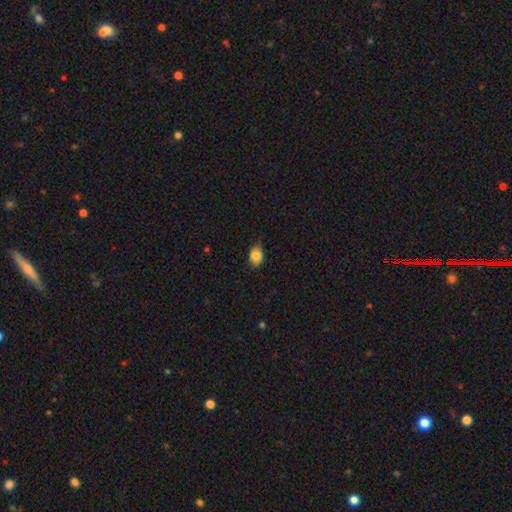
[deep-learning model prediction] A smooth galaxy with no disk features (86%) that is in between round and cigar-shaped (81%).

Vote fractions:
- Smooth or featured? smooth: 86% / star or artifact: 8% / featured or disk: 5%
- How rounded? in between: 81% / round: 18% / cigar-shaped: 1%
- Merging? none: 79% / minor disturbance: 18% / major disturbance: 3% / merger: 1%